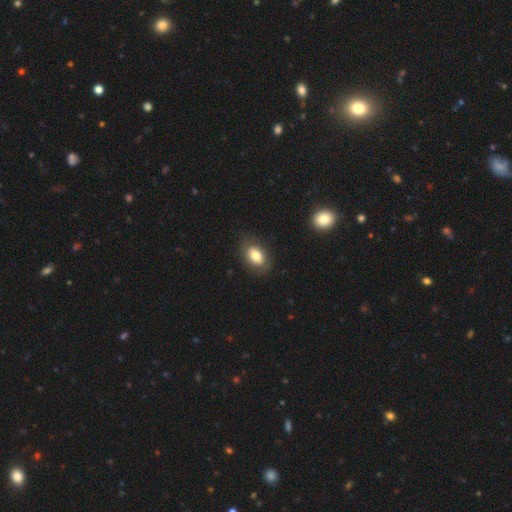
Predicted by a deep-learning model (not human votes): A smooth galaxy with no disk features (69%) that is in between round and cigar-shaped (86%).

Vote fractions:
- Smooth or featured? smooth: 69% / featured or disk: 24% / star or artifact: 7%
- How rounded? in between: 86% / round: 12% / cigar-shaped: 1%
- Merging? none: 80% / minor disturbance: 14% / major disturbance: 5% / merger: 1%